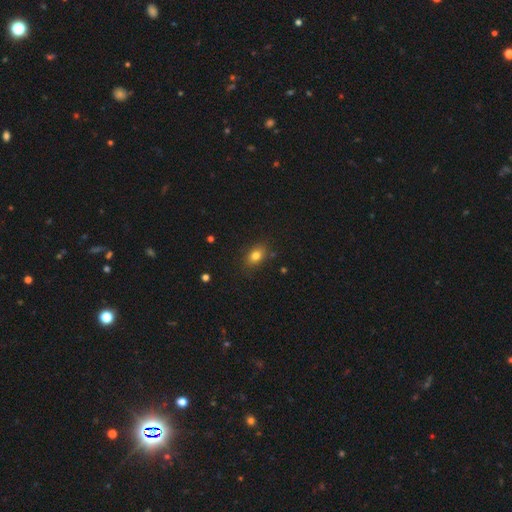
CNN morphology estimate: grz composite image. It shows a smooth galaxy with no disk features (81%) that is in between round and cigar-shaped (75%). Merging: none (84%).